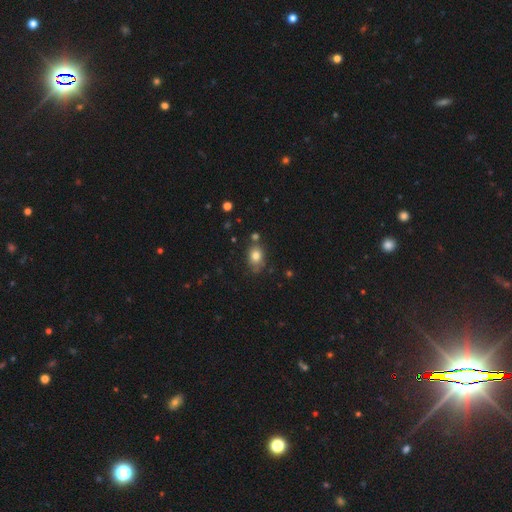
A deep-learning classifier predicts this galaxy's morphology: Q: Smooth or featured?
A: smooth (81%); runner-up: star or artifact (10%)
Q: How rounded?
A: in between (65%); runner-up: round (34%)
Q: Merging?
A: none (66%); runner-up: minor disturbance (20%)